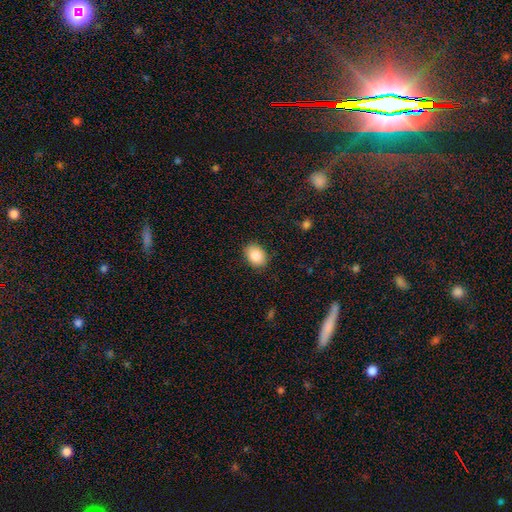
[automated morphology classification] This appears to be a smooth galaxy with no disk features (86%) that is in between round and cigar-shaped (72%). Merging: none (87%).